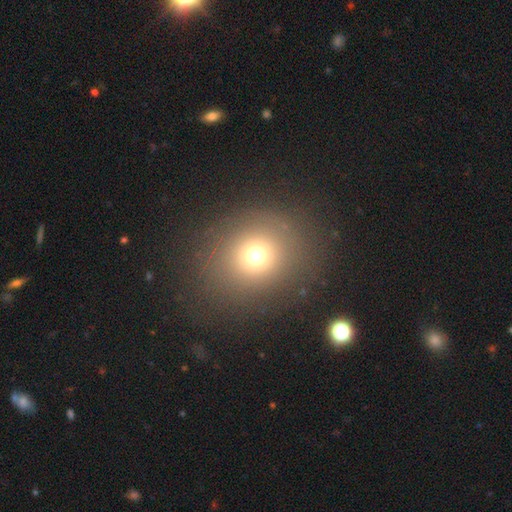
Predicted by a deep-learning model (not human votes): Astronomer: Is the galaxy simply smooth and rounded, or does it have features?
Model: smooth — 68%.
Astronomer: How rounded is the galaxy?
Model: round — 78%.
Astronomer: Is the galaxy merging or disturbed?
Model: none — 84%.